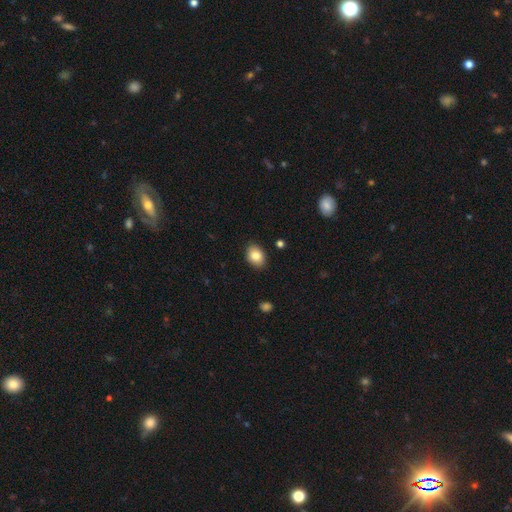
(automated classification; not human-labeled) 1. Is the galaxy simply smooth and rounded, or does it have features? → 83% smooth, 8% star or artifact, 8% featured or disk.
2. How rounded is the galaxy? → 67% in between, 32% round, 1% cigar-shaped.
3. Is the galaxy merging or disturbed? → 88% none, 9% minor disturbance, 2% major disturbance, 1% merger.